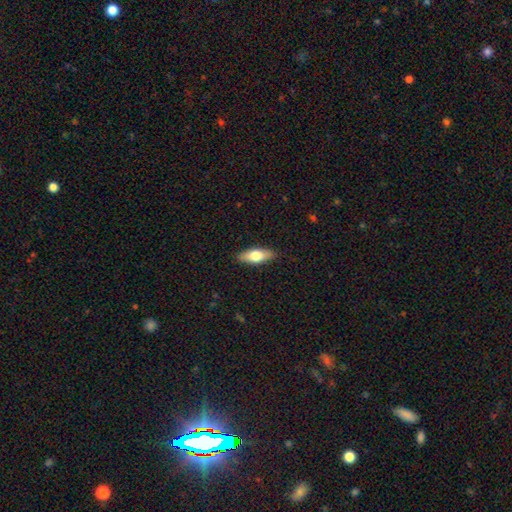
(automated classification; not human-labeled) Smooth or featured? Predicted: smooth (p=0.69). How rounded? Predicted: in between (p=0.73). Merging? Predicted: none (p=0.89).